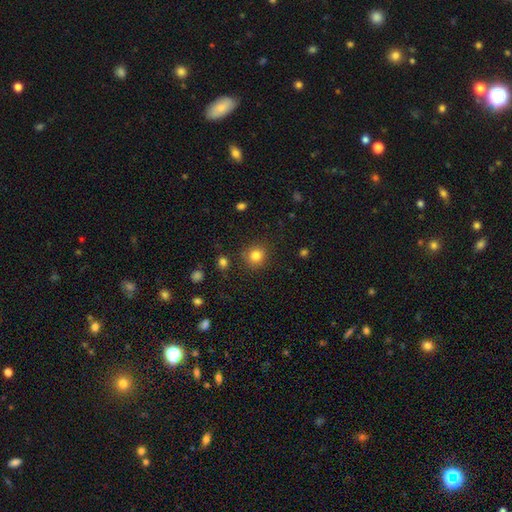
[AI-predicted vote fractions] smooth 83%, star or artifact 12%, featured or disk 5%. Down the decision tree: how rounded — round (89%); merging — none (87%).